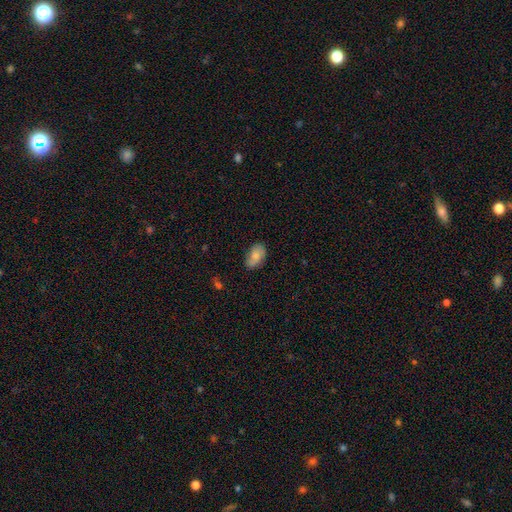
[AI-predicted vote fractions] Q: Smooth or featured?
A: smooth (79%); runner-up: featured or disk (14%)
Q: How rounded?
A: in between (93%); runner-up: round (6%)
Q: Merging?
A: none (75%); runner-up: minor disturbance (20%)